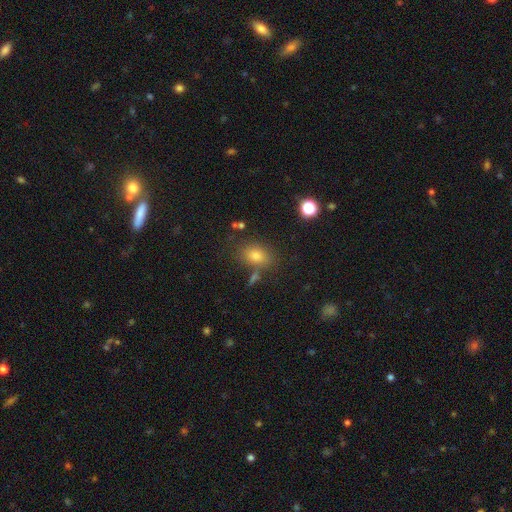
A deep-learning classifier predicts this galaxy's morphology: A smooth galaxy with no disk features (77%) that is in between round and cigar-shaped (72%).

Vote fractions:
- Smooth or featured? smooth: 77% / star or artifact: 14% / featured or disk: 9%
- How rounded? in between: 72% / round: 26% / cigar-shaped: 2%
- Merging? none: 74% / minor disturbance: 13% / merger: 8% / major disturbance: 5%